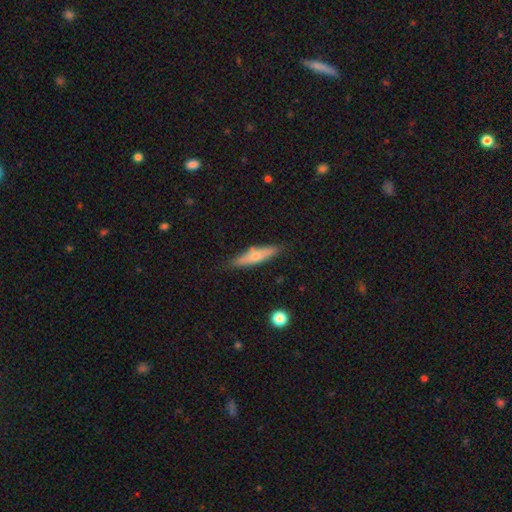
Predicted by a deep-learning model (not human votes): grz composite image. It shows a smooth galaxy with no disk features (51%) that is cigar-shaped (75%). Merging: none (83%).